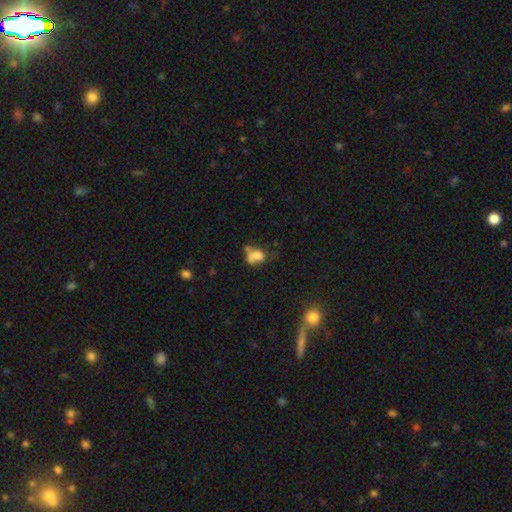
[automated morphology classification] Smooth or featured?
  - smooth: 65% *
  - featured or disk: 22%
  - star or artifact: 13%
How rounded?
  - in between: 64% *
  - round: 34%
  - cigar-shaped: 2%
Merging?
  - merger: 38% *
  - none: 25%
  - minor disturbance: 19%
  - major disturbance: 18%